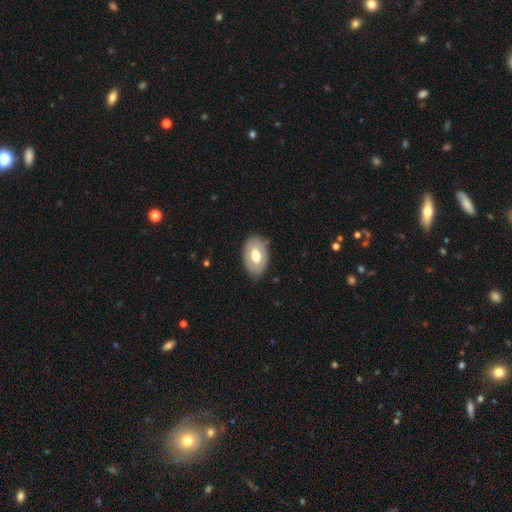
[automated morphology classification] Smooth or featured?
  - smooth: 57% *
  - featured or disk: 37%
  - star or artifact: 6%
How rounded?
  - in between: 86% *
  - round: 13%
  - cigar-shaped: 1%
Merging?
  - none: 79% *
  - minor disturbance: 16%
  - major disturbance: 4%
  - merger: 1%